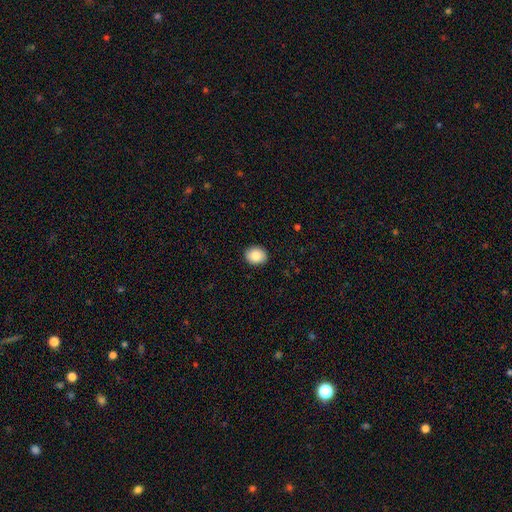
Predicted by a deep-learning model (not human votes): smooth_or_featured: smooth (p=0.88) [alt: star or artifact p=0.08]
how_rounded: round (p=0.58) [alt: in between p=0.41]
merging: none (p=0.91) [alt: minor disturbance p=0.06]